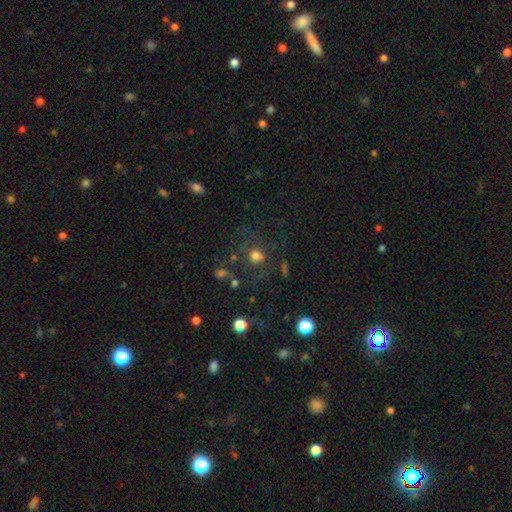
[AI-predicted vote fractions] smooth-or-featured: smooth: 61% | star or artifact: 20% | featured or disk: 19%
  how-rounded: round: 83% | in between: 16% | cigar-shaped: 1%
  merging: none: 61% | minor disturbance: 15% | major disturbance: 15% | merger: 9%